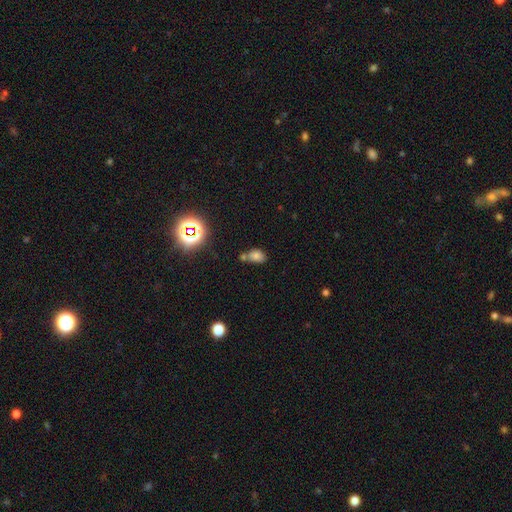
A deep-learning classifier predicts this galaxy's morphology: type=smooth (69%); roundness=in between (76%); merging=none (46%).